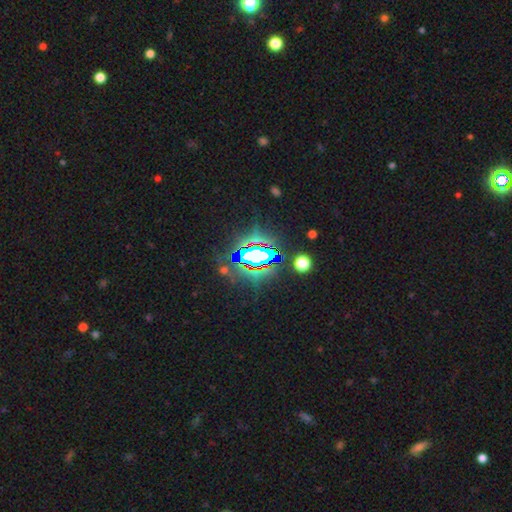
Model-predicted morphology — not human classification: Smooth or featured?
  - star or artifact: 73% *
  - smooth: 14%
  - featured or disk: 12%